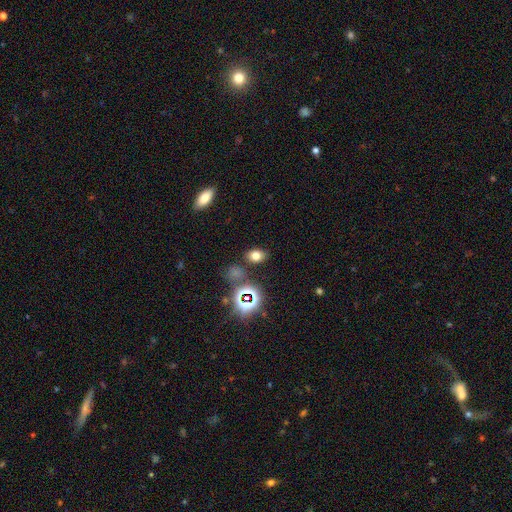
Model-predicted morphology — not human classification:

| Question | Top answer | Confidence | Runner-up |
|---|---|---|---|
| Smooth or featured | smooth | 69% | star or artifact (21%) |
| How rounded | in between | 75% | round (23%) |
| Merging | none | 81% | minor disturbance (10%) |